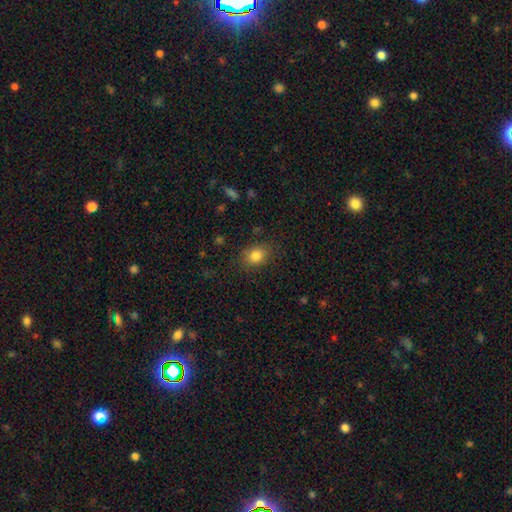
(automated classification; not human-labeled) A smooth galaxy with no disk features (84%) that is in between round and cigar-shaped (58%). Merging: none (81%).